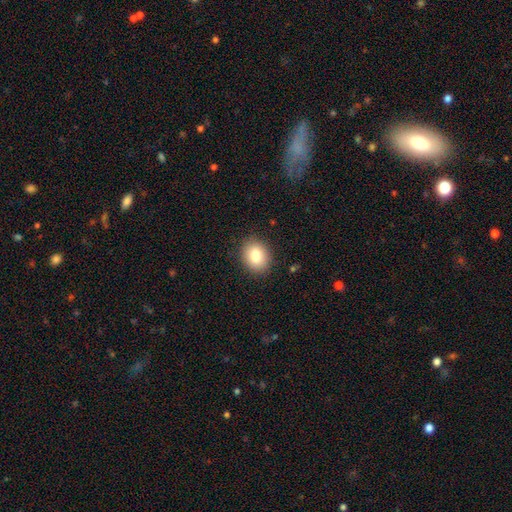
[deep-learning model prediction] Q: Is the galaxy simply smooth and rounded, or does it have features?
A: smooth — 82%.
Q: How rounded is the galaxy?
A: round — 51%.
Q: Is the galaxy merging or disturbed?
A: none — 88%.